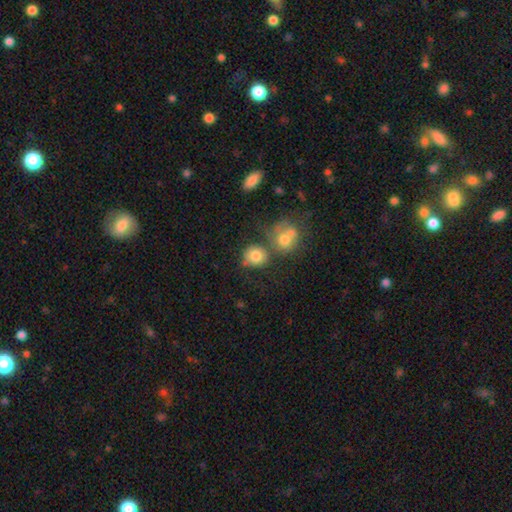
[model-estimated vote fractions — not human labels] Overall: smooth (79%). How rounded: round (79%). Merging: none (52%; merger 27%).